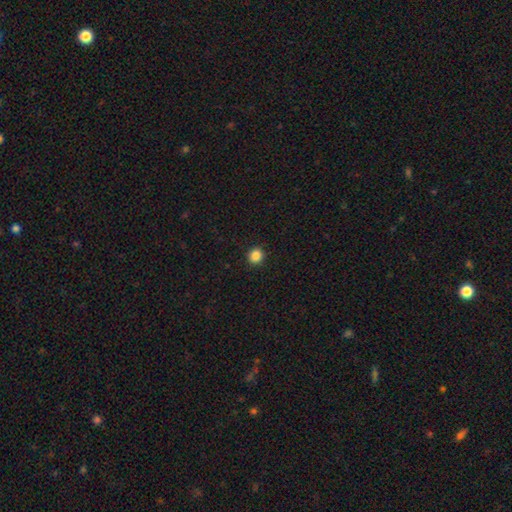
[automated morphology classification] smooth 86%, star or artifact 11%, featured or disk 3%. Down the decision tree: how rounded — round (88%); merging — none (93%).